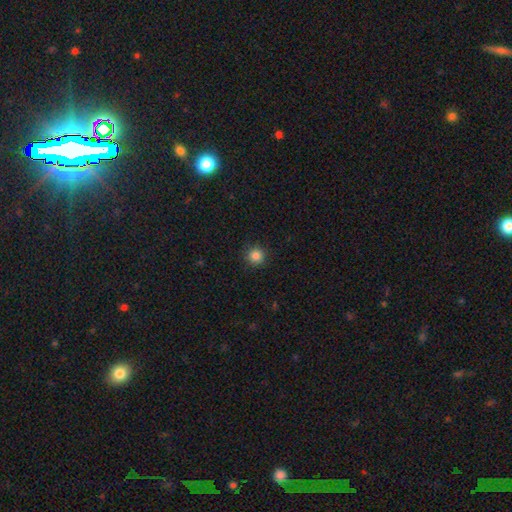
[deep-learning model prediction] The model was most divided on "smooth or featured": smooth: 84%, star or artifact: 12%, featured or disk: 4%. More confident: how rounded — round (95%); merging — none (91%).